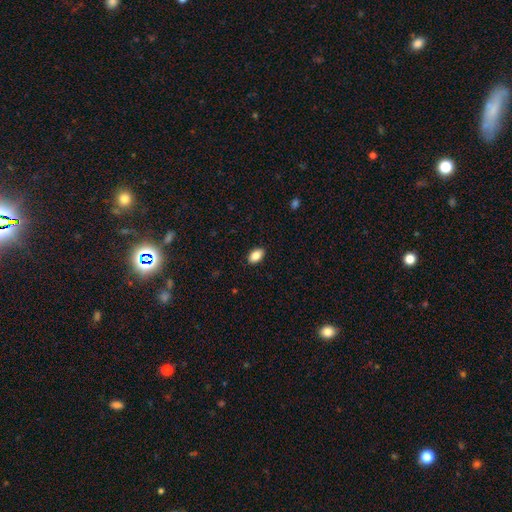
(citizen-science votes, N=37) Smooth or featured? smooth (100%)
How rounded? in between (97%)
Merging? none (97%)